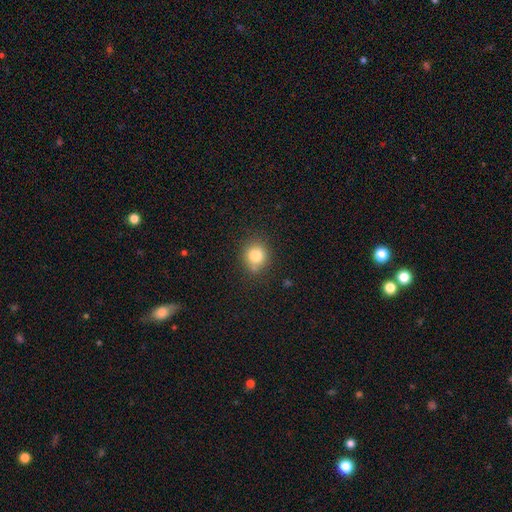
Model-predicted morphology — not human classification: Smooth or featured? Predicted: smooth (p=0.81). How rounded? Predicted: round (p=0.82). Merging? Predicted: none (p=0.77).